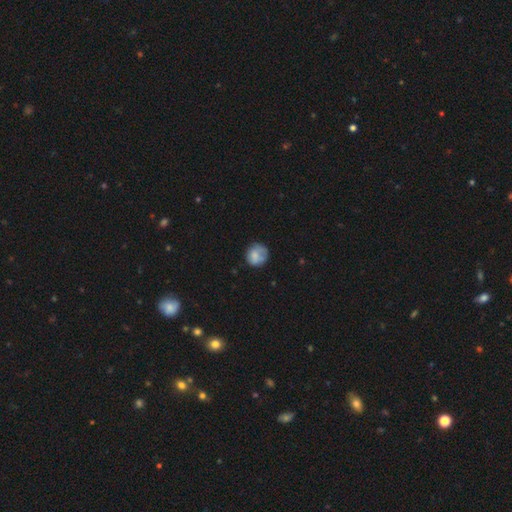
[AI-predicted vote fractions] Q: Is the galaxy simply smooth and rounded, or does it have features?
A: smooth — 73%.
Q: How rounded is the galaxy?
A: round — 85%.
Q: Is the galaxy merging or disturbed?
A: none — 63%.